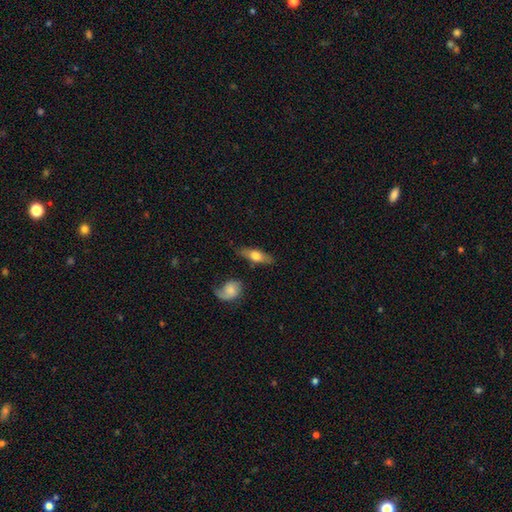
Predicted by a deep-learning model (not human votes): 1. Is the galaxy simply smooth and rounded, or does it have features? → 58% smooth, 36% featured or disk, 6% star or artifact.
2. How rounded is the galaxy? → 59% in between, 36% cigar-shaped, 4% round.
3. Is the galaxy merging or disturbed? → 79% none, 13% minor disturbance, 4% merger, 3% major disturbance.